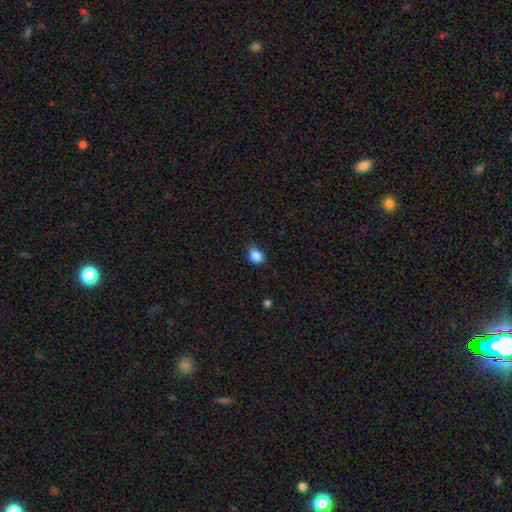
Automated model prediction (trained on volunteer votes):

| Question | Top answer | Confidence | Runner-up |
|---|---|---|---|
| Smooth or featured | smooth | 85% | star or artifact (10%) |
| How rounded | in between | 62% | round (37%) |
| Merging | none | 67% | minor disturbance (27%) |